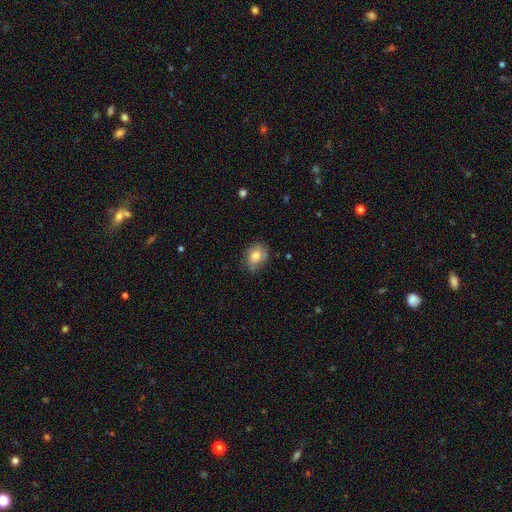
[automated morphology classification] A smooth galaxy with no disk features (79%) that is in between round and cigar-shaped (54%).

Vote fractions:
- Smooth or featured? smooth: 79% / featured or disk: 13% / star or artifact: 8%
- How rounded? in between: 54% / round: 45% / cigar-shaped: 1%
- Merging? none: 67% / minor disturbance: 26% / major disturbance: 6% / merger: 1%